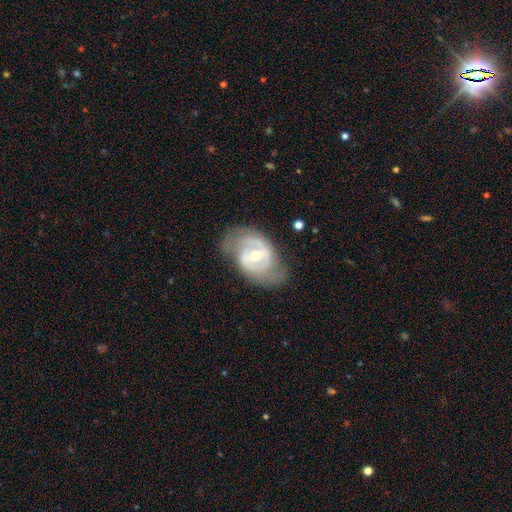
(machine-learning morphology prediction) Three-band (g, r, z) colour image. It shows a featured or disk galaxy (80%) with a weak bar (45%), 2 (71%) medium (43%) spiral arms (78%) and a moderate central bulge (50%). Merging: none (66%).